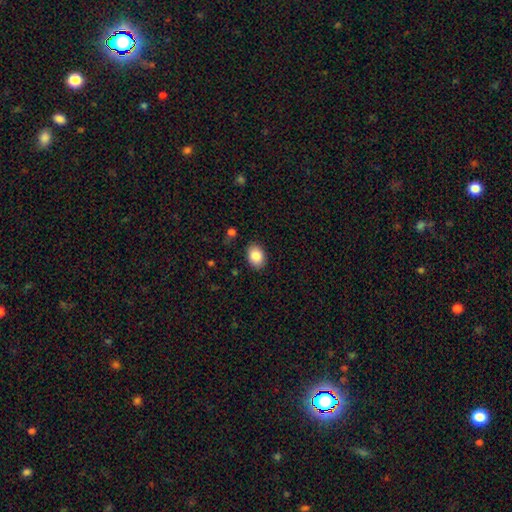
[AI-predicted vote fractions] Morphology: type=smooth (87%); roundness=in between (74%); merging=none (86%).